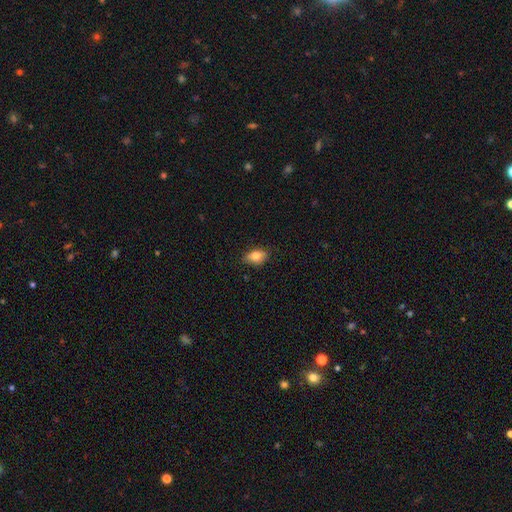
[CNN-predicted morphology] Smooth or featured: smooth — 80% (featured or disk — 12%)
How rounded: in between — 85% (round — 11%)
Merging: none — 82% (minor disturbance — 14%)